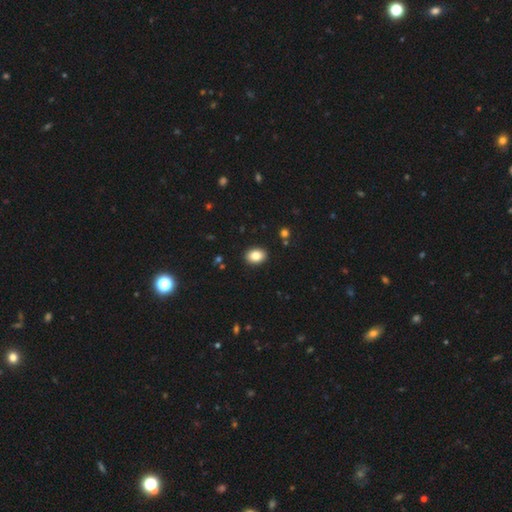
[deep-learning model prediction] A smooth galaxy with no disk features (85%) that is in between round and cigar-shaped (75%).

Vote fractions:
- Smooth or featured? smooth: 85% / star or artifact: 8% / featured or disk: 7%
- How rounded? in between: 75% / round: 24% / cigar-shaped: 1%
- Merging? none: 91% / minor disturbance: 6% / major disturbance: 2% / merger: 1%